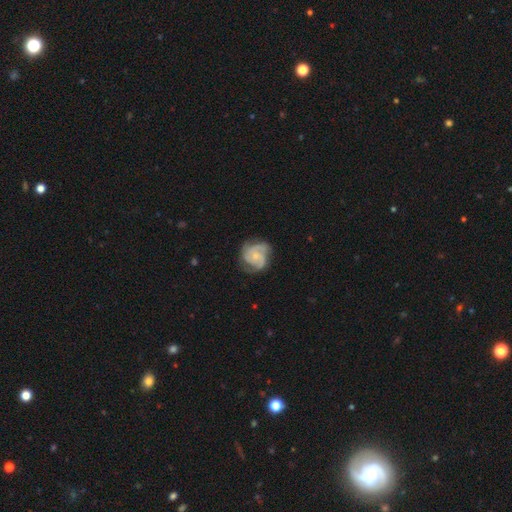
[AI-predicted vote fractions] The model was most divided on "spiral winding": tight: 48%, medium: 43%, loose: 9%. More confident: edge-on disk — no (98%); spiral arms — yes (97%); smooth or featured — featured or disk (84%); bar — no (73%); merging — none (70%); bulge size — small (66%); spiral arm count — 3 (59%).